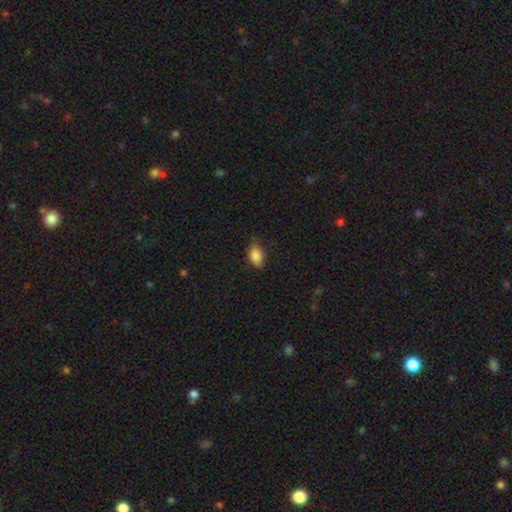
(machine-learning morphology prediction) Smooth or featured? smooth (87%)
How rounded? in between (85%)
Merging? none (74%)